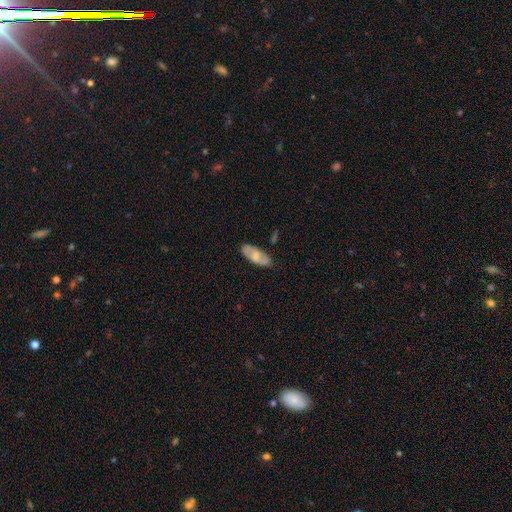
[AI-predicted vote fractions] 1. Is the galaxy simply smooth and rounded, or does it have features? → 56% smooth, 38% featured or disk, 6% star or artifact.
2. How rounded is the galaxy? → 83% in between, 15% cigar-shaped, 2% round.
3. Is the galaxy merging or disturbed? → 81% none, 14% minor disturbance, 3% major disturbance, 2% merger.